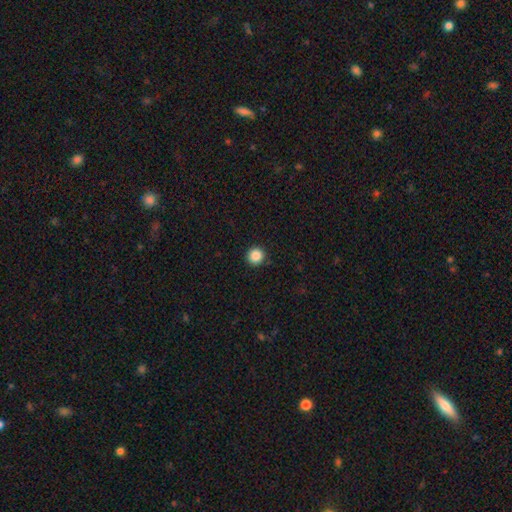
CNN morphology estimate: Smooth or featured? smooth (87%)
How rounded? round (95%)
Merging? none (93%)